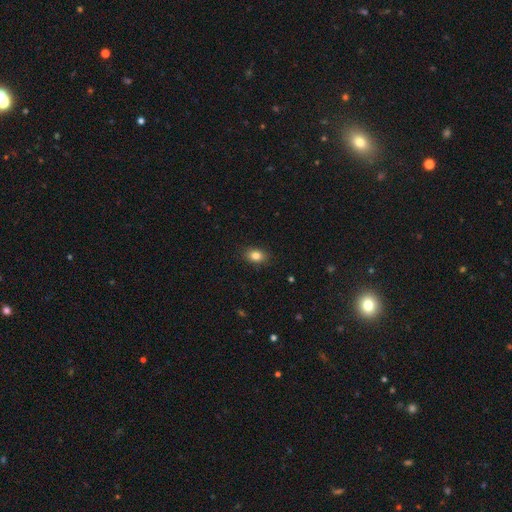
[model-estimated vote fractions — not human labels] A smooth galaxy with no disk features (84%) that is in between round and cigar-shaped (74%). Merging: none (88%).